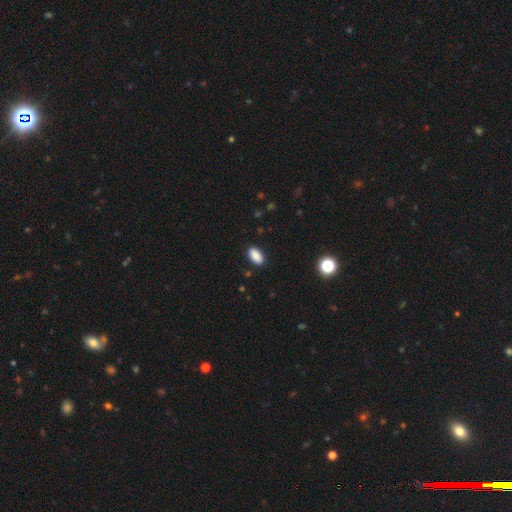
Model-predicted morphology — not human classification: A smooth galaxy with no disk features (88%) that is in between round and cigar-shaped (93%). Merging: none (89%).